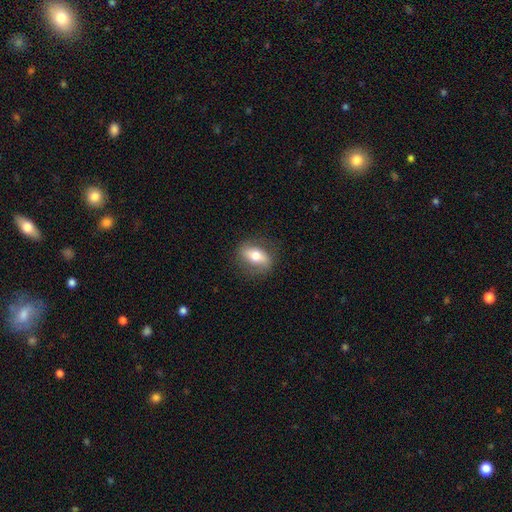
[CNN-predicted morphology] smooth-or-featured: smooth: 55% | featured or disk: 38% | star or artifact: 7%
  how-rounded: in between: 76% | round: 17% | cigar-shaped: 7%
  merging: none: 81% | minor disturbance: 13% | major disturbance: 5% | merger: 1%